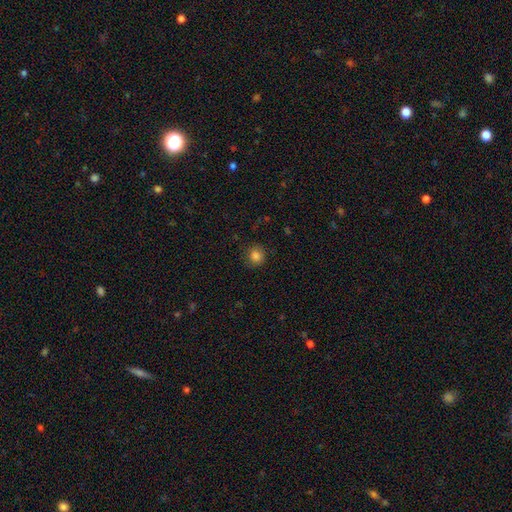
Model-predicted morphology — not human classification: Smooth or featured?
  - smooth: 84% *
  - star or artifact: 12%
  - featured or disk: 4%
How rounded?
  - round: 85% *
  - in between: 14%
  - cigar-shaped: 1%
Merging?
  - none: 84% *
  - minor disturbance: 11%
  - major disturbance: 3%
  - merger: 1%